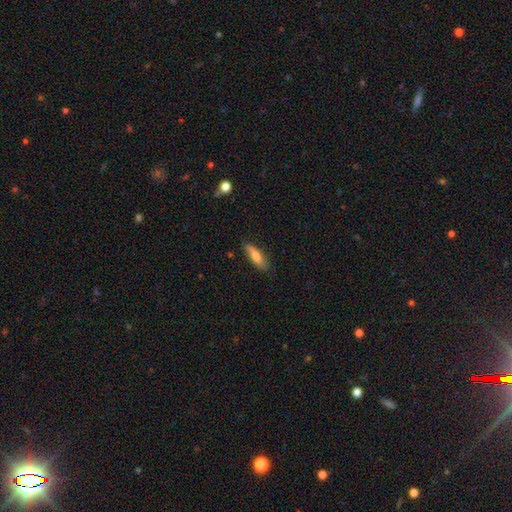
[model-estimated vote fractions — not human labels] Morphology: type=smooth (78%); roundness=in between (50%); merging=none (73%).